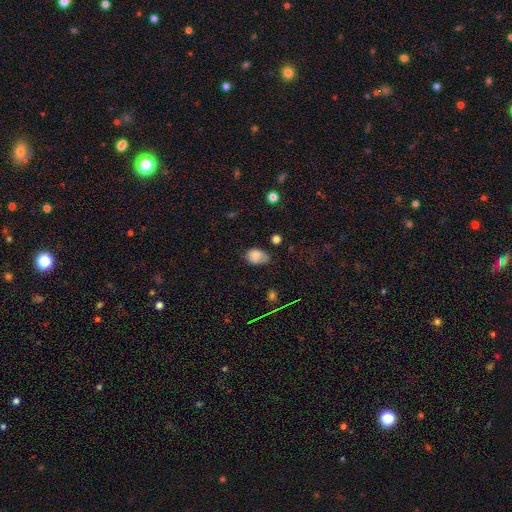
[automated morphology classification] Smooth or featured?
  - smooth: 80% *
  - star or artifact: 11%
  - featured or disk: 9%
How rounded?
  - in between: 72% *
  - round: 27%
  - cigar-shaped: 1%
Merging?
  - none: 49% *
  - minor disturbance: 38%
  - major disturbance: 10%
  - merger: 4%